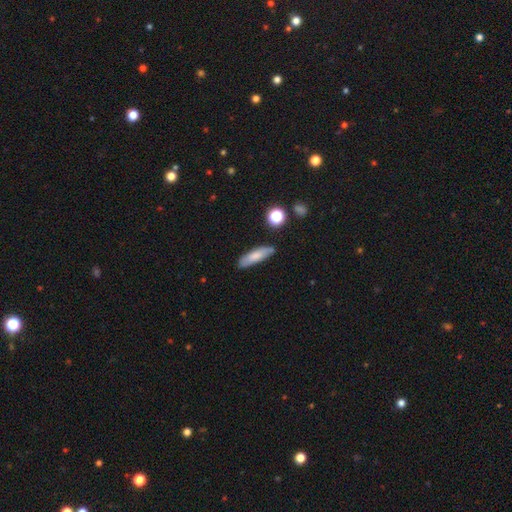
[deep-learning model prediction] Smooth or featured: smooth — 75% (featured or disk — 17%)
How rounded: cigar-shaped — 58% (in between — 39%)
Merging: none — 78% (minor disturbance — 15%)